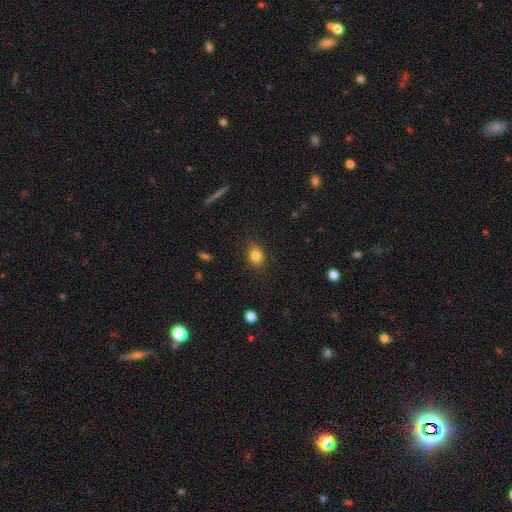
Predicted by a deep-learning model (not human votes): A smooth galaxy with no disk features (83%) that is in between round and cigar-shaped (50%). Merging: none (85%).